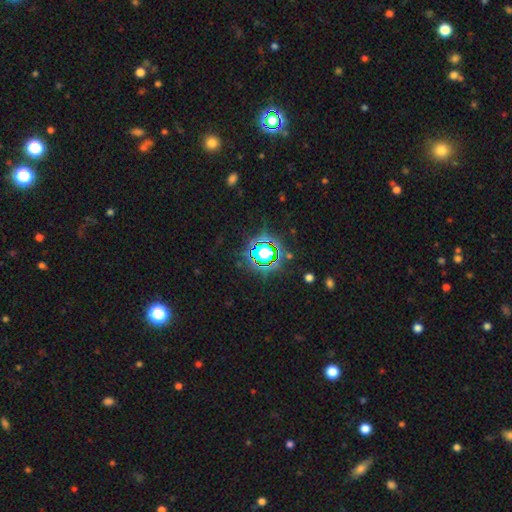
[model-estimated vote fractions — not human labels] Smooth or featured? star or artifact (69%)